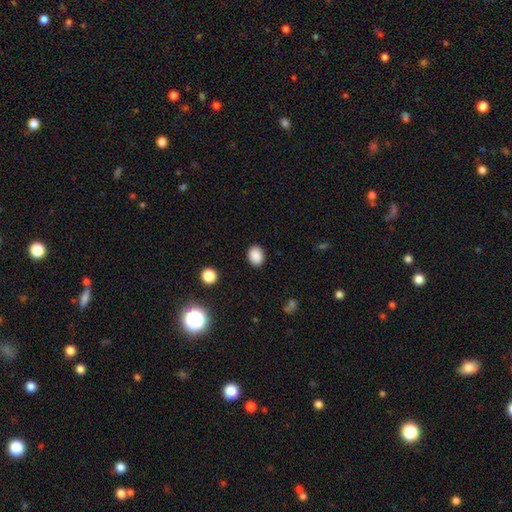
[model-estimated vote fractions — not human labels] Overall: smooth (89%). How rounded: in between (67%; round 32%). Merging: none (89%).